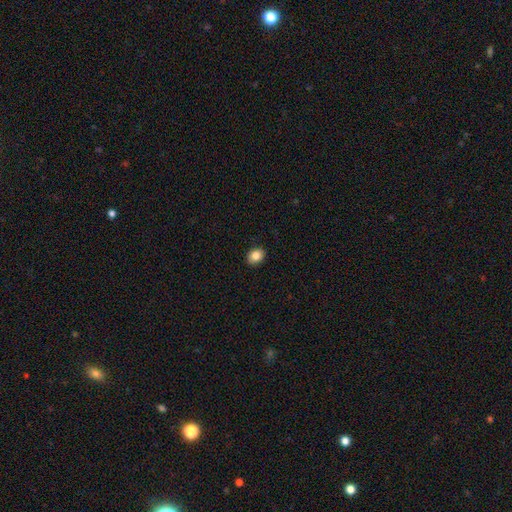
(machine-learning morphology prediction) Smooth or featured? Predicted: smooth (p=0.85). How rounded? Predicted: in between (p=0.61). Merging? Predicted: none (p=0.89).